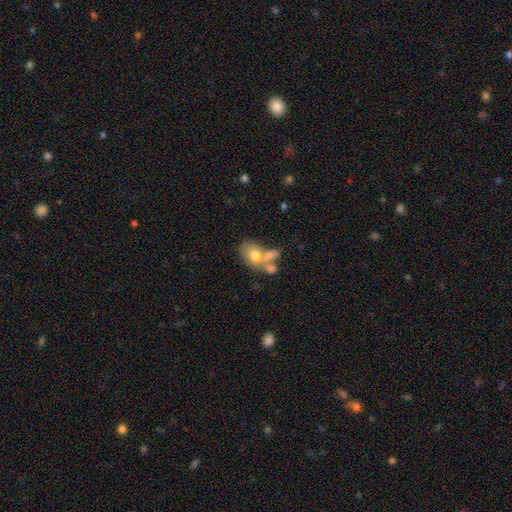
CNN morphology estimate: The model was most divided on "merging": merger: 53%, none: 26%, minor disturbance: 12%, major disturbance: 9%. More confident: how rounded — in between (79%); smooth or featured — smooth (68%).